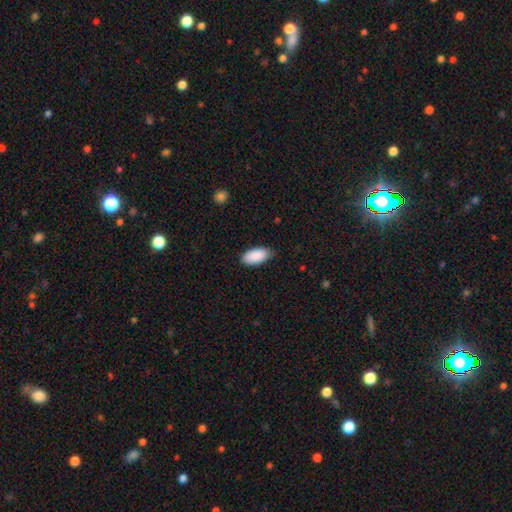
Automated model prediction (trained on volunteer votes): Smooth or featured? smooth (90%)
How rounded? in between (94%)
Merging? none (82%)